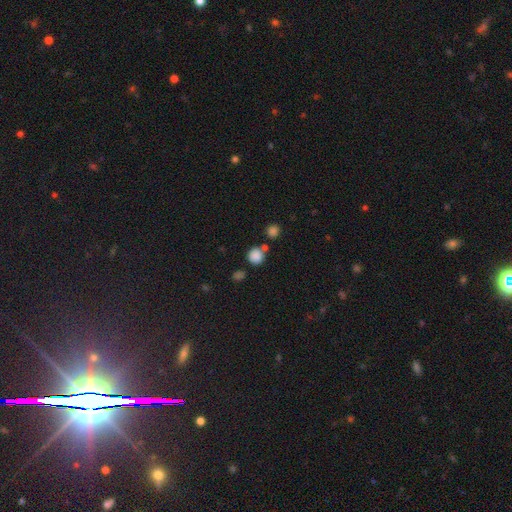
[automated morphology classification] Smooth or featured: smooth — 84% (star or artifact — 12%)
How rounded: round — 85% (in between — 14%)
Merging: none — 64% (merger — 21%)